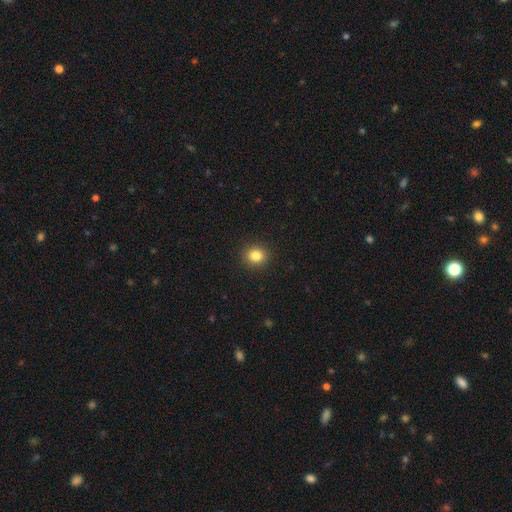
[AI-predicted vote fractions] Morphology: type=smooth (83%); roundness=round (79%); merging=none (92%).